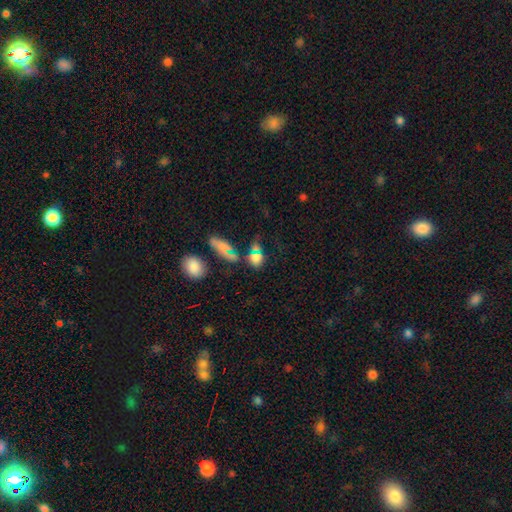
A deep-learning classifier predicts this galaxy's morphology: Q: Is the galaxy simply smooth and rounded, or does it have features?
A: smooth — 69%.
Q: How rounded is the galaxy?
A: in between — 54%.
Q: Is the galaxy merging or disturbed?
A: none — 56%.